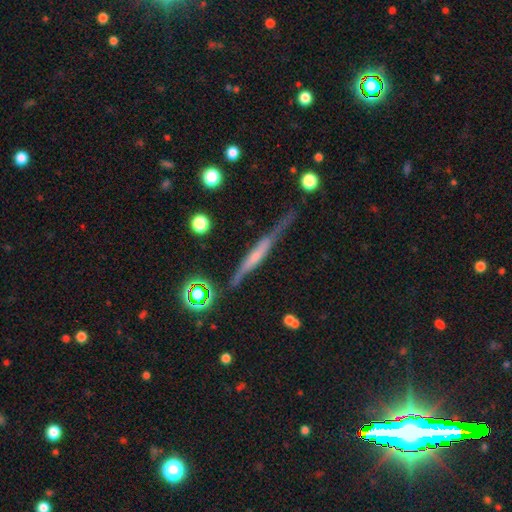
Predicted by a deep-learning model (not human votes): Smooth or featured?
  - featured or disk: 60% *
  - smooth: 30%
  - star or artifact: 11%
Edge-on disk?
  - yes: 93% *
  - no: 7%
Edge-on bulge?
  - none: 47% *
  - rounded: 32%
  - boxy: 21%
Merging?
  - none: 67% *
  - minor disturbance: 22%
  - major disturbance: 7%
  - merger: 4%